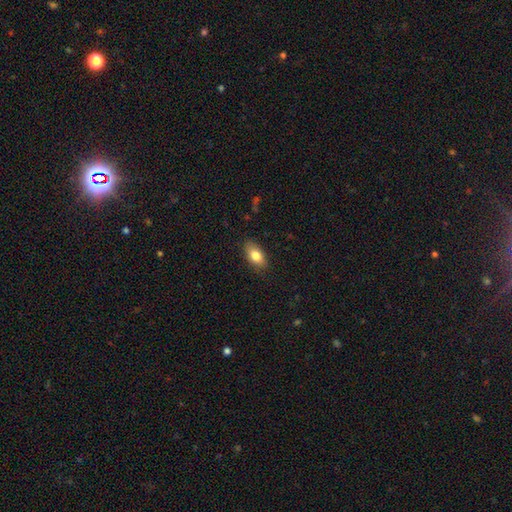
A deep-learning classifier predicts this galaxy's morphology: The model was most divided on "smooth or featured": smooth: 81%, featured or disk: 12%, star or artifact: 7%. More confident: how rounded — in between (89%); merging — none (84%).